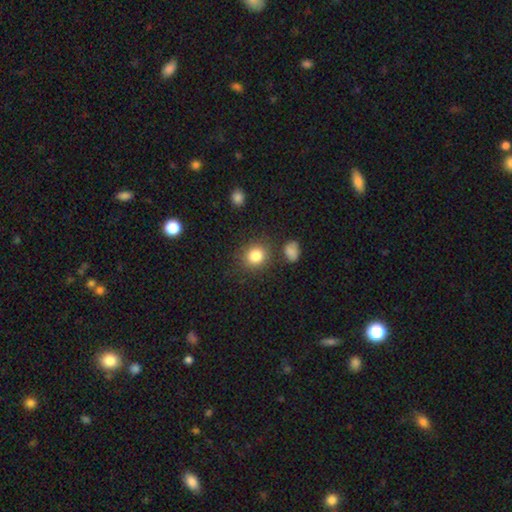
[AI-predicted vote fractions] Overall: smooth (83%). How rounded: round (78%). Merging: none (81%).